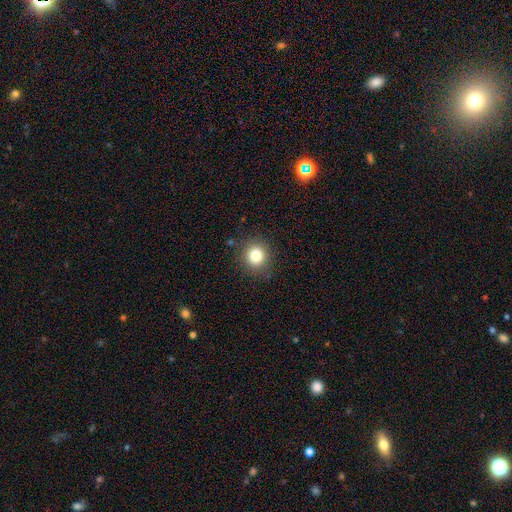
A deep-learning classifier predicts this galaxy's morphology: smooth_or_featured: smooth (p=0.80) [alt: star or artifact p=0.12]
how_rounded: round (p=0.89) [alt: in between p=0.10]
merging: none (p=0.87) [alt: minor disturbance p=0.08]